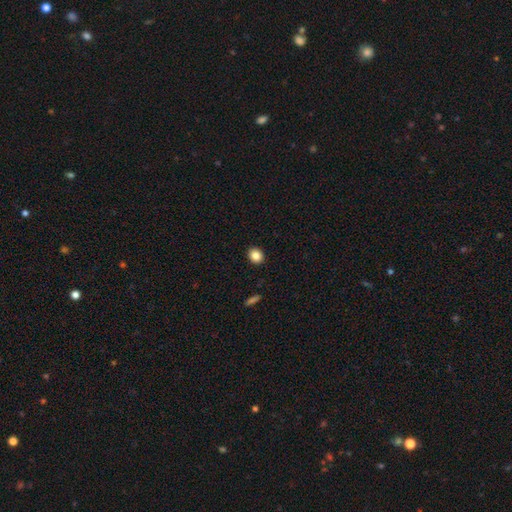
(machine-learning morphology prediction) A smooth galaxy with no disk features (85%) that is round (64%). Merging: none (91%).